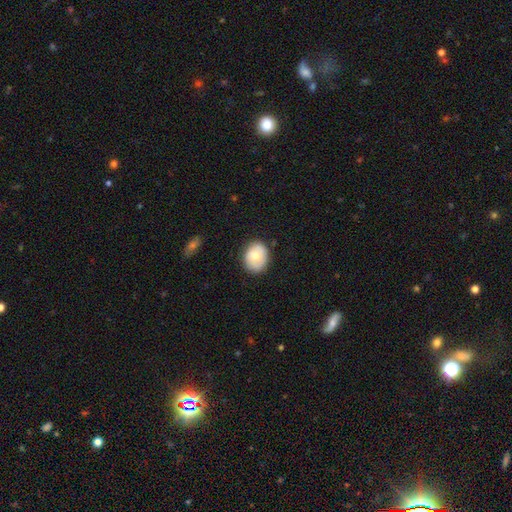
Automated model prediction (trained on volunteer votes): Q: Smooth or featured?
A: smooth (66%); runner-up: featured or disk (27%)
Q: How rounded?
A: round (50%); tied with: in between (50%)
Q: Merging?
A: none (80%); runner-up: minor disturbance (15%)